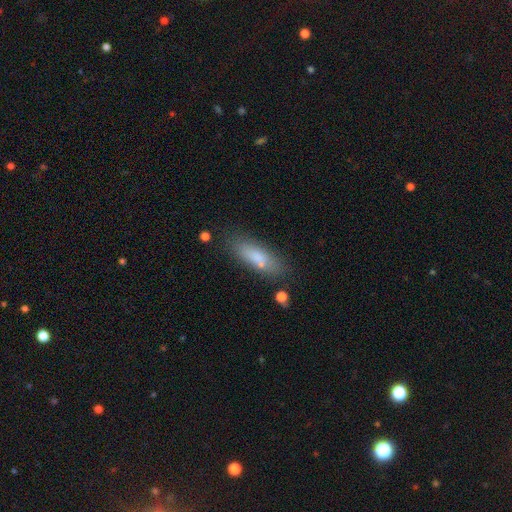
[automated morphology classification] Smooth or featured? smooth (76%)
How rounded? cigar-shaped (50%)
Merging? none (76%)